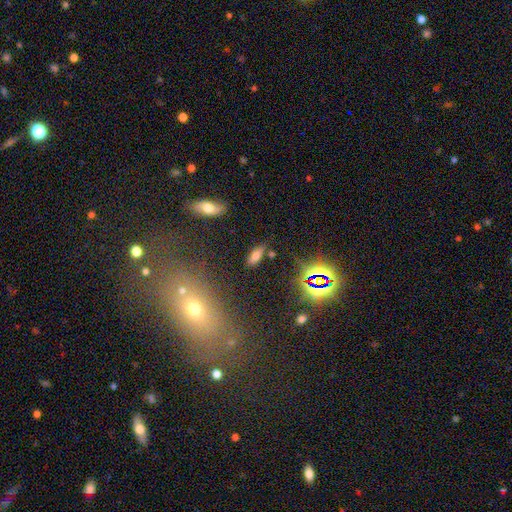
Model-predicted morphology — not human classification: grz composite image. It shows a smooth galaxy with no disk features (70%) that is in between round and cigar-shaped (77%). Merging: none (79%).